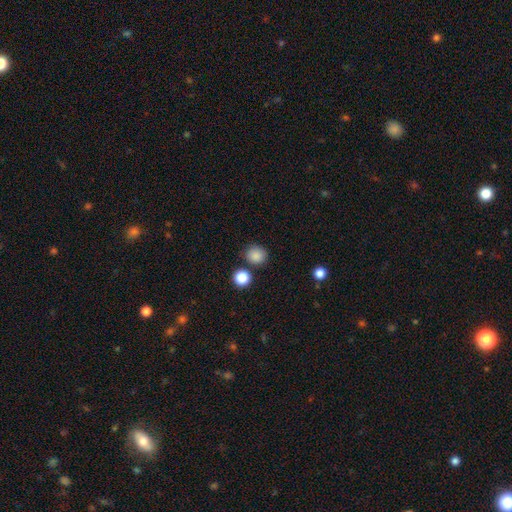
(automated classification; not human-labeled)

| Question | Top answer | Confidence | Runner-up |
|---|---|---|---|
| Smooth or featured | smooth | 86% | star or artifact (11%) |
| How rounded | round | 83% | in between (16%) |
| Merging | none | 80% | minor disturbance (11%) |